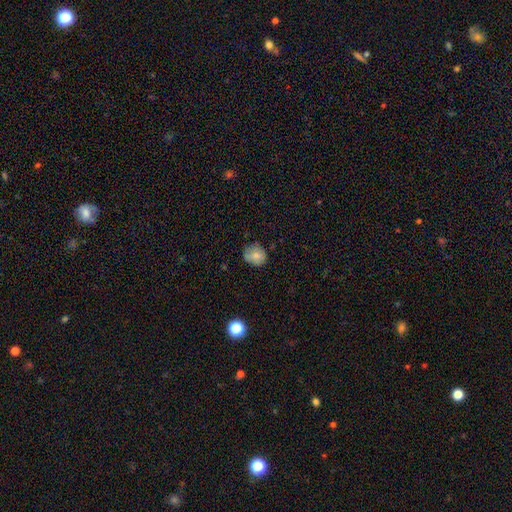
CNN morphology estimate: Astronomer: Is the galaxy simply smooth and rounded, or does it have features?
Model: smooth — 75%.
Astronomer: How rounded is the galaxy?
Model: round — 73%.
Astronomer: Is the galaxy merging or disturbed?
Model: none — 65%.